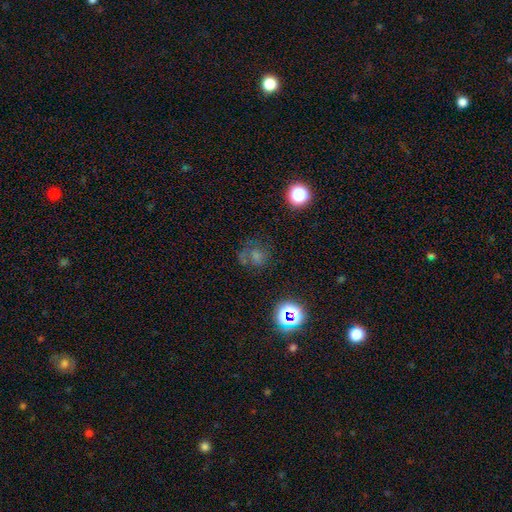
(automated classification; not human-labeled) Q: Smooth or featured?
A: smooth (53%); runner-up: star or artifact (29%)
Q: How rounded?
A: round (79%); runner-up: in between (20%)
Q: Merging?
A: none (56%); runner-up: minor disturbance (20%)